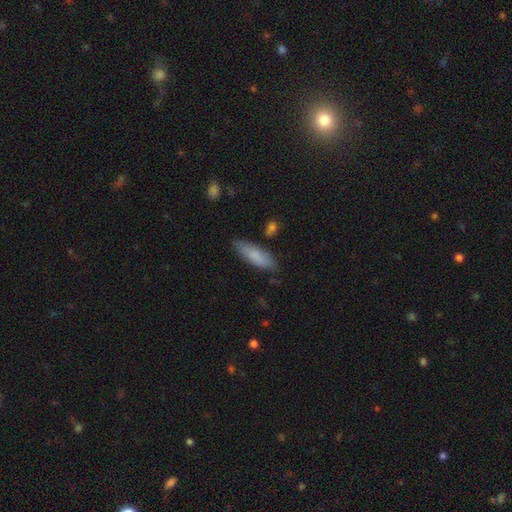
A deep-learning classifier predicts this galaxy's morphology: Smooth or featured? smooth (82%)
How rounded? in between (51%)
Merging? none (80%)